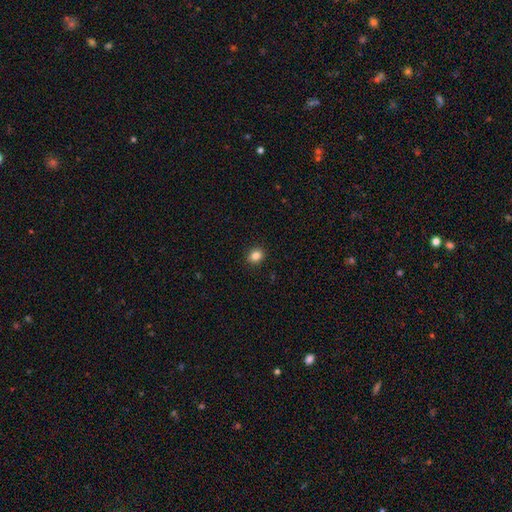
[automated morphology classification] Smooth or featured?
  - smooth: 85% *
  - star or artifact: 11%
  - featured or disk: 4%
How rounded?
  - round: 67% *
  - in between: 32%
  - cigar-shaped: 1%
Merging?
  - none: 91% *
  - minor disturbance: 6%
  - major disturbance: 2%
  - merger: 1%